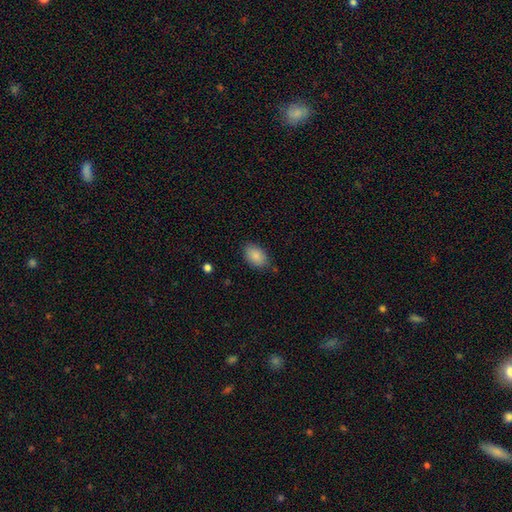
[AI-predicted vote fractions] Morphology: type=smooth (87%); roundness=in between (90%); merging=none (82%).